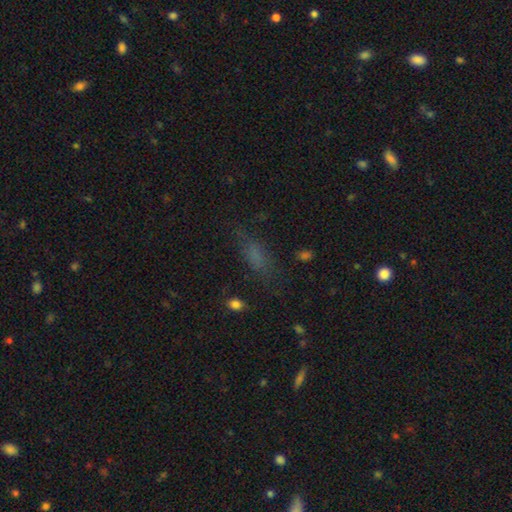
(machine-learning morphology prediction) This appears to be a smooth galaxy with no disk features (62%) that is in between round and cigar-shaped (60%). Merging: none (65%).